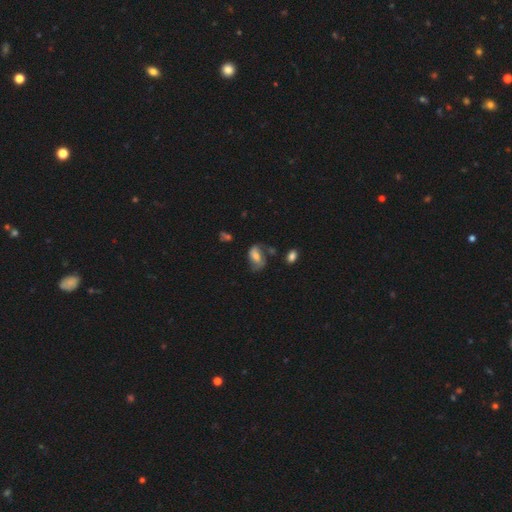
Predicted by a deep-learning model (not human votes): smooth 48%, featured or disk 43%, star or artifact 9%. Down the decision tree: merging — none (47%).